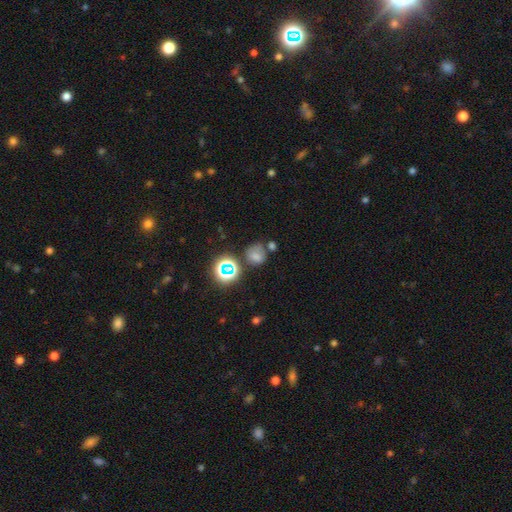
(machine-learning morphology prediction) smooth-or-featured: smooth: 64% | star or artifact: 25% | featured or disk: 12%
  how-rounded: round: 74% | in between: 25% | cigar-shaped: 1%
  merging: none: 55% | minor disturbance: 20% | merger: 16% | major disturbance: 9%